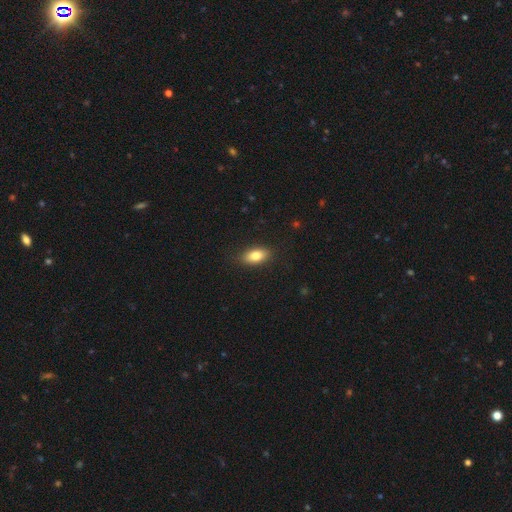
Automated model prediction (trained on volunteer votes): The model was most divided on "smooth or featured": smooth: 81%, featured or disk: 11%, star or artifact: 7%. More confident: how rounded — in between (88%); merging — none (88%).